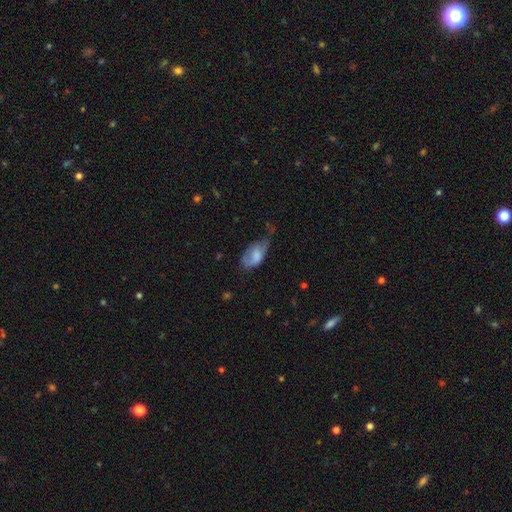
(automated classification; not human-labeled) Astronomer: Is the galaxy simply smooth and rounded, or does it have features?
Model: smooth — 72%.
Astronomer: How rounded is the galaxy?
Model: in between — 92%.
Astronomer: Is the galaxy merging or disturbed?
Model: minor disturbance — 42% (runner-up: major disturbance, 28%).